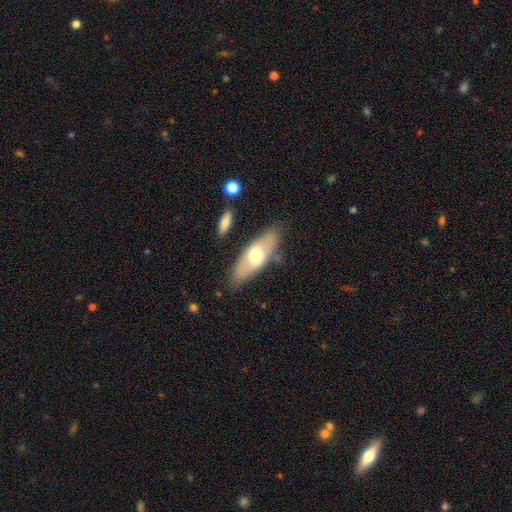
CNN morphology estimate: Q: Smooth or featured?
A: smooth (55%); runner-up: featured or disk (39%)
Q: How rounded?
A: in between (71%); runner-up: cigar-shaped (27%)
Q: Merging?
A: none (79%); runner-up: minor disturbance (14%)